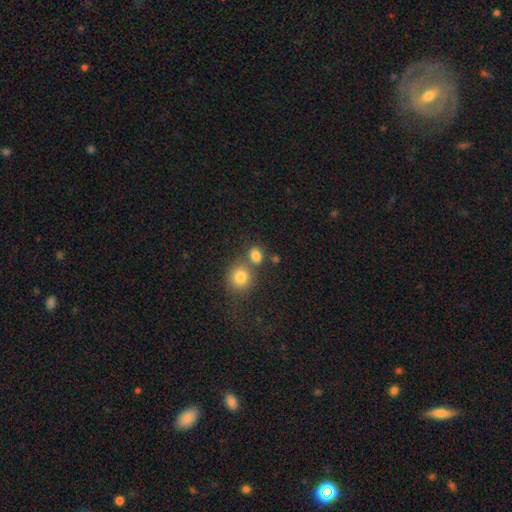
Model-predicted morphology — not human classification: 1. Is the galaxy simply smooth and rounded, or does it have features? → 81% smooth, 13% star or artifact, 7% featured or disk.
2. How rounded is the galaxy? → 54% round, 45% in between, 1% cigar-shaped.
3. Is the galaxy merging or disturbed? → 55% none, 31% merger, 10% minor disturbance, 4% major disturbance.